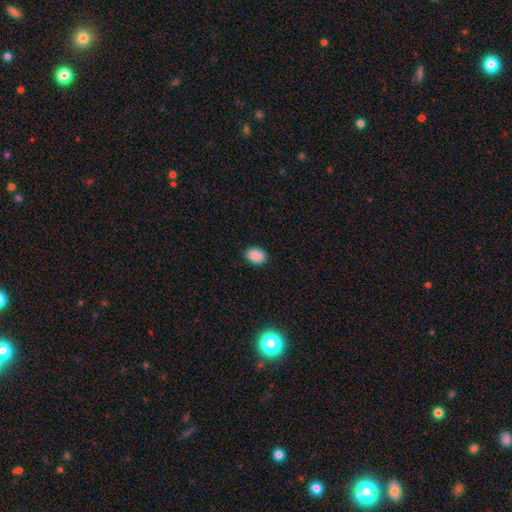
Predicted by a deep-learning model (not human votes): Q: Smooth or featured?
A: smooth (89%); runner-up: star or artifact (8%)
Q: How rounded?
A: in between (77%); runner-up: round (22%)
Q: Merging?
A: none (89%); runner-up: minor disturbance (8%)